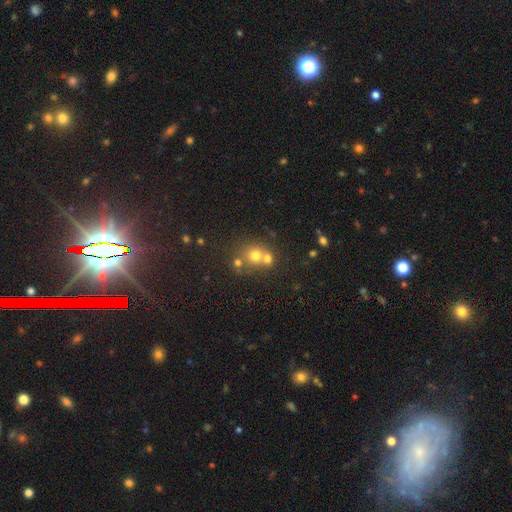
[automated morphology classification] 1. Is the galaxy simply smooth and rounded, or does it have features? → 69% smooth, 16% star or artifact, 15% featured or disk.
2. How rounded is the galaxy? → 81% round, 18% in between, 1% cigar-shaped.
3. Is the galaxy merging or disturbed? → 49% merger, 41% none, 7% minor disturbance, 3% major disturbance.